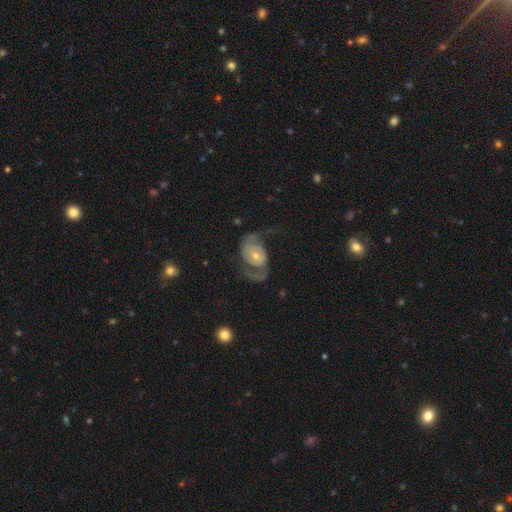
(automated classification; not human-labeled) Smooth or featured? featured or disk (82%)
Edge-on disk? no (97%)
Bar? no (62%)
Spiral arms? yes (90%)
Spiral winding? loose (43%)
Spiral arm count? 2 (86%)
Bulge size? moderate (56%)
Merging? none (51%)